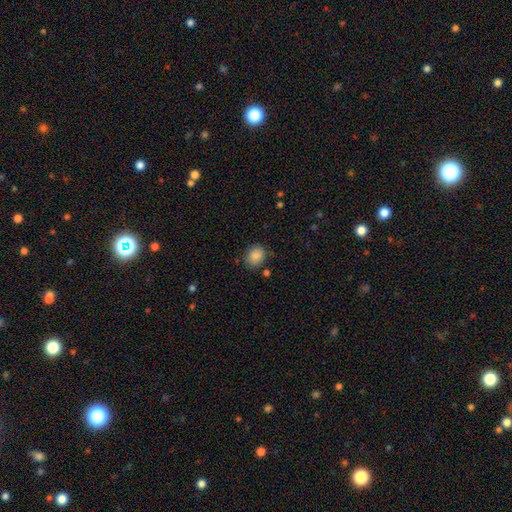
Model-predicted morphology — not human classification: Overall: smooth (87%). How rounded: in between (52%; round 47%). Merging: none (82%).